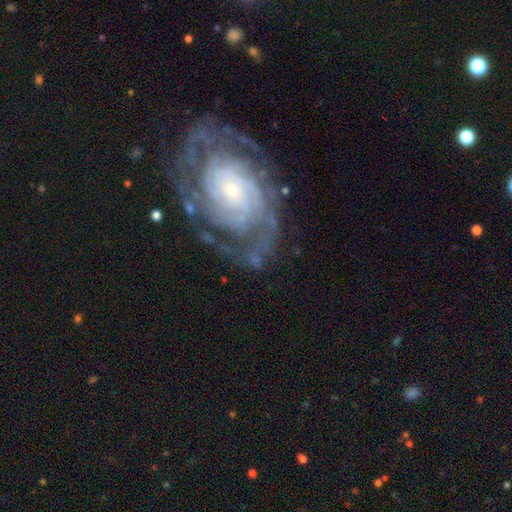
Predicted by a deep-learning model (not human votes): This is clearly a featured or disk galaxy (87%). It is clearly not viewed edge-on (97%). Bar: likely no (71%). Spiral arm pattern: clearly yes (96%). Spiral arm count: marginally can't tell (29%). Spiral winding: likely tight (70%). Central bulge: likely small (74%). Merging: likely none (60%).